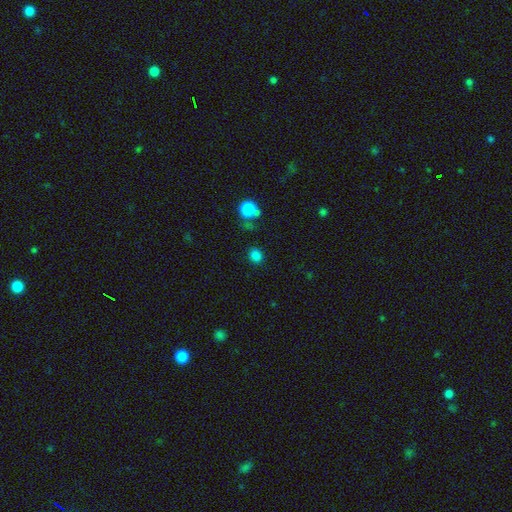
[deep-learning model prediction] Smooth or featured? Predicted: smooth (p=0.82). How rounded? Predicted: round (p=0.74). Merging? Predicted: none (p=0.81).